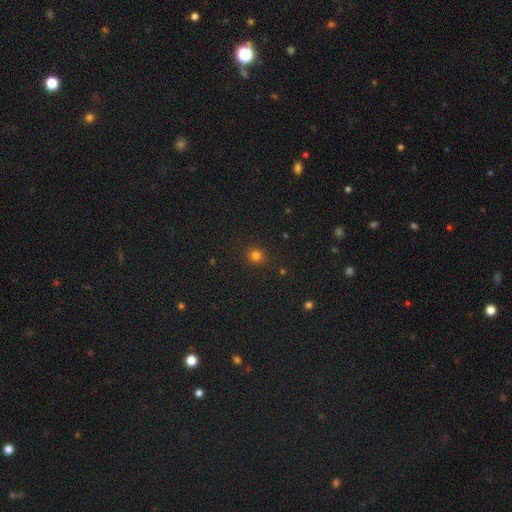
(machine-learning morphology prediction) This appears to be a smooth galaxy with no disk features (79%) that is round (87%). Merging: none (89%).